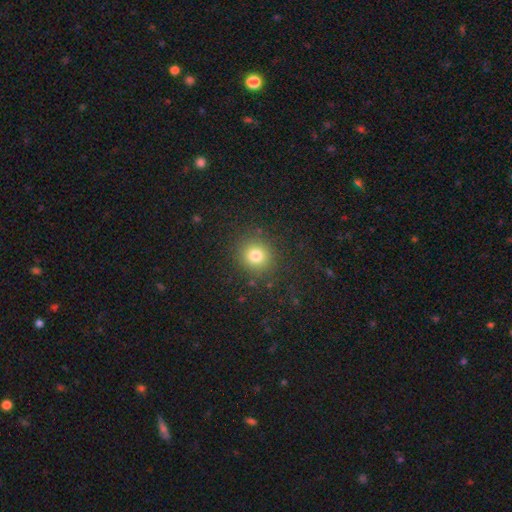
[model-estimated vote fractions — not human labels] Smooth or featured?
  - smooth: 78% *
  - star or artifact: 15%
  - featured or disk: 7%
How rounded?
  - round: 88% *
  - in between: 11%
  - cigar-shaped: 1%
Merging?
  - none: 88% *
  - minor disturbance: 7%
  - major disturbance: 3%
  - merger: 1%